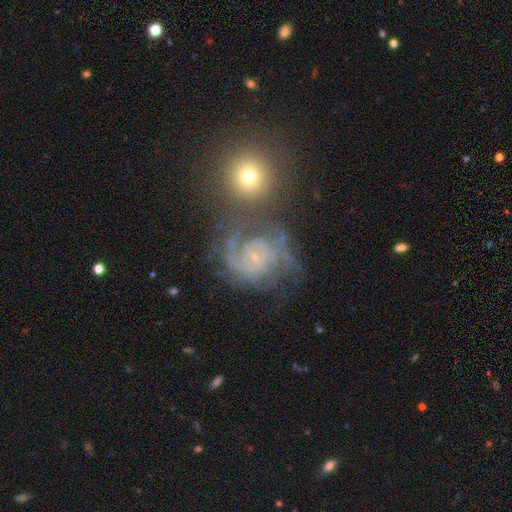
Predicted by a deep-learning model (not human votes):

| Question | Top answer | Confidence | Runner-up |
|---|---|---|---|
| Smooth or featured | featured or disk | 87% | star or artifact (7%) |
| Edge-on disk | no | 98% | yes (2%) |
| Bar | no | 66% | weak (26%) |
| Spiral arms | yes | 98% | no (2%) |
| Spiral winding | tight | 60% | medium (34%) |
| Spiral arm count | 2 | 36% | 3 (27%) |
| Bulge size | small | 81% | moderate (12%) |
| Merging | none | 56% | minor disturbance (19%) |